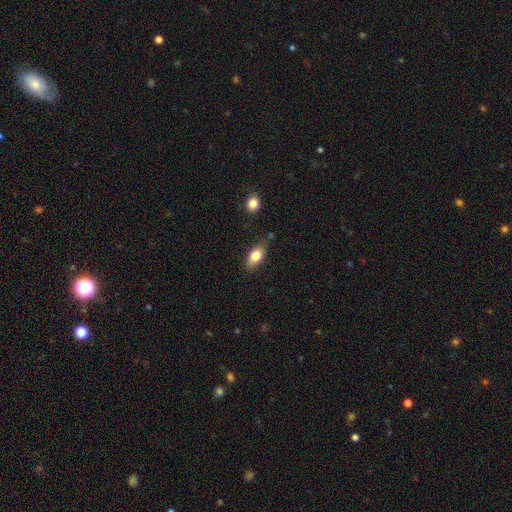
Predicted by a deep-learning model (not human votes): smooth-or-featured: smooth: 79% | featured or disk: 14% | star or artifact: 7%
  how-rounded: in between: 86% | cigar-shaped: 8% | round: 6%
  merging: none: 78% | minor disturbance: 16% | merger: 3% | major disturbance: 3%